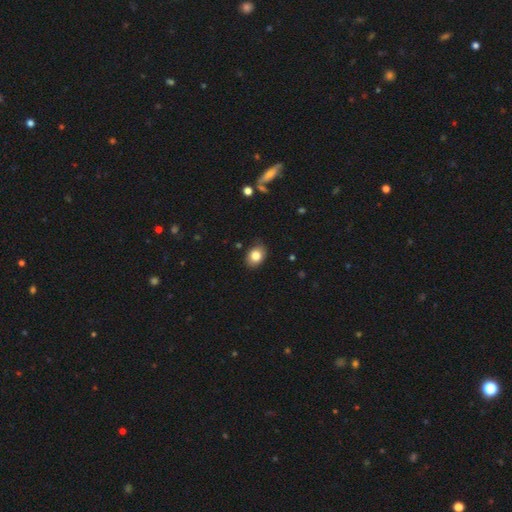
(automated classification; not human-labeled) Overall: smooth (83%). How rounded: in between (67%; round 32%). Merging: none (84%).